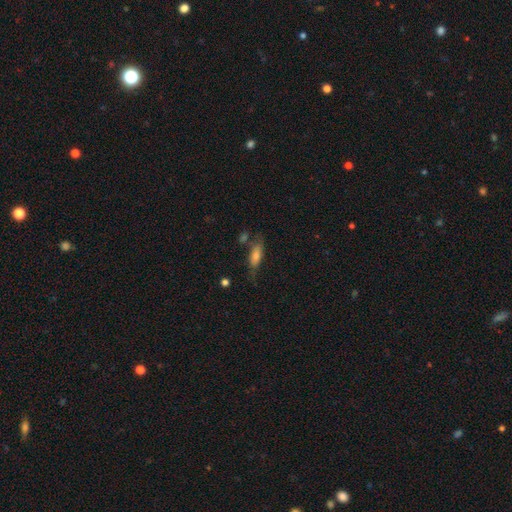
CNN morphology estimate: smooth_or_featured: smooth (p=0.62) [alt: featured or disk p=0.27]
how_rounded: in between (p=0.57) [alt: cigar-shaped p=0.39]
merging: none (p=0.57) [alt: minor disturbance p=0.23]